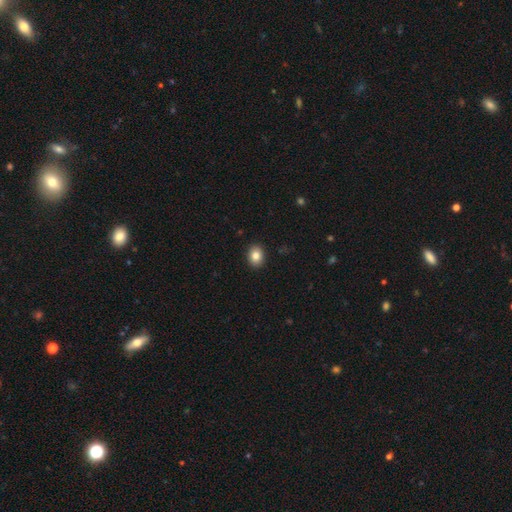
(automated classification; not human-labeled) Smooth or featured? smooth (85%)
How rounded? in between (57%)
Merging? none (91%)